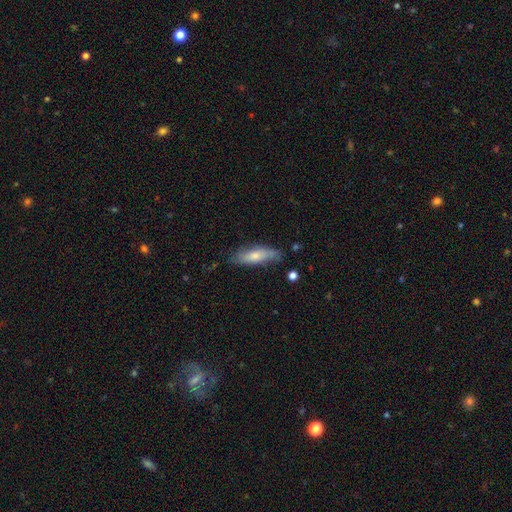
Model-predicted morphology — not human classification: Smooth or featured? smooth (67%)
How rounded? cigar-shaped (54%)
Merging? none (70%)